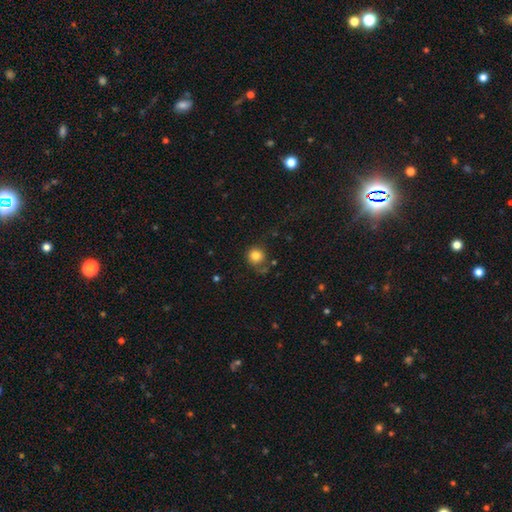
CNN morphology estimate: smooth 82%, star or artifact 11%, featured or disk 7%. Down the decision tree: how rounded — round (90%); merging — none (68%).